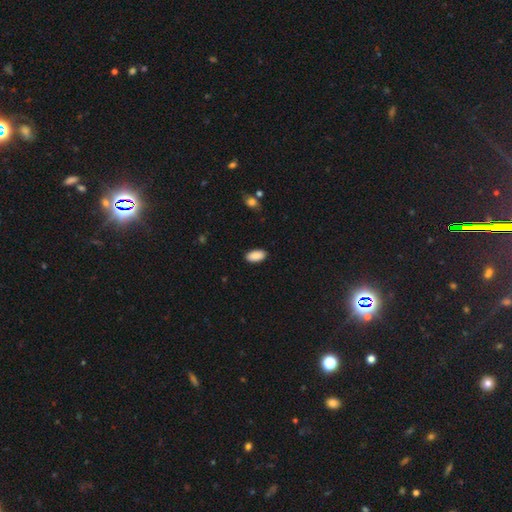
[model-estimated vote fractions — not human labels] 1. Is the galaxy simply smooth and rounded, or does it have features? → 90% smooth, 7% star or artifact, 3% featured or disk.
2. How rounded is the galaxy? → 94% in between, 4% cigar-shaped, 2% round.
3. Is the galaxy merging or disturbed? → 89% none, 8% minor disturbance, 2% major disturbance, 1% merger.